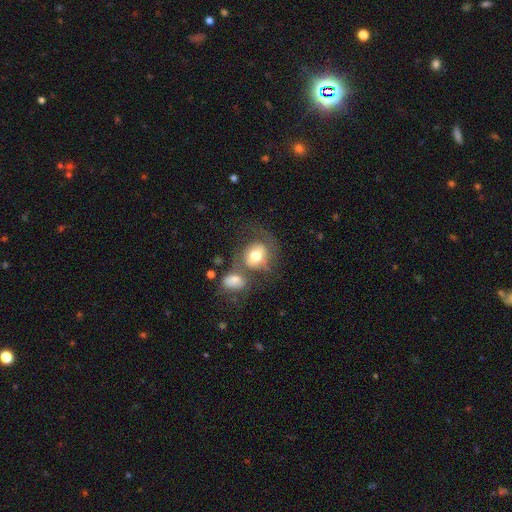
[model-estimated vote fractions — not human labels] Smooth or featured: smooth — 57% (featured or disk — 35%)
How rounded: round — 65% (in between — 34%)
Merging: merger — 36% (none — 30%)